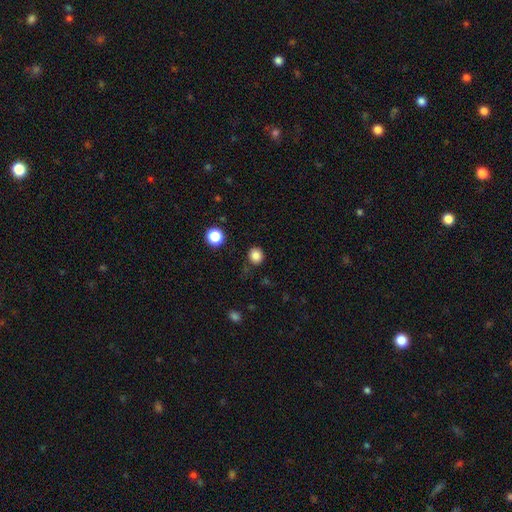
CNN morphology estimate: This is clearly a smooth galaxy (84%). How rounded: clearly round (84%). Merging: clearly none (85%).